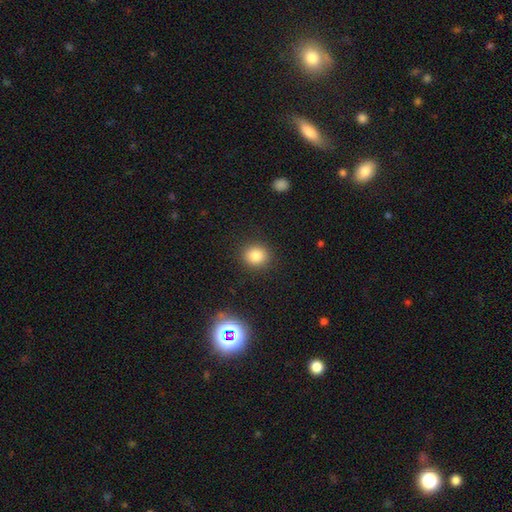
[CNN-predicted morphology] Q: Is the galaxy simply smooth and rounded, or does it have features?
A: smooth — 82%.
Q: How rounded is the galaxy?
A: round — 83%.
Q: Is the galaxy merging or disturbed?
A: none — 90%.